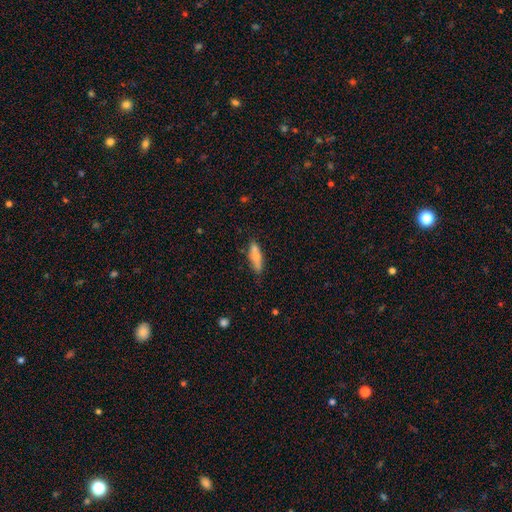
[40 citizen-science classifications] Smooth or featured? smooth (62%)
How rounded? cigar-shaped (80%)
Merging? none (80%)